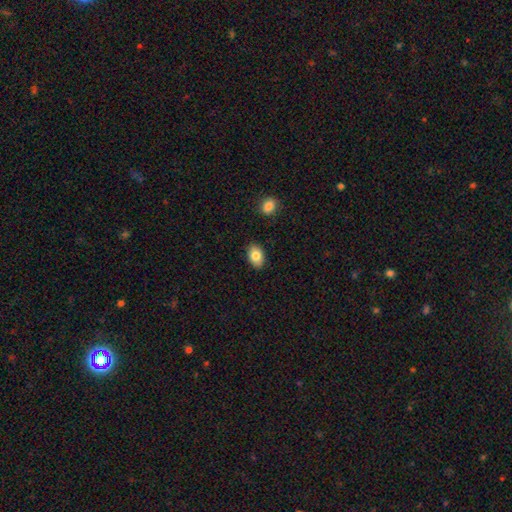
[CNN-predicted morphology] Smooth or featured? smooth (83%)
How rounded? in between (89%)
Merging? none (88%)